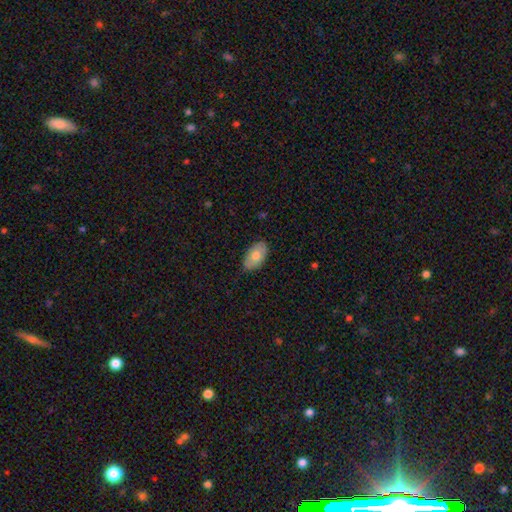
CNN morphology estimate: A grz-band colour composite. It shows a smooth galaxy with no disk features (72%) that is in between round and cigar-shaped (94%). Merging: none (83%).